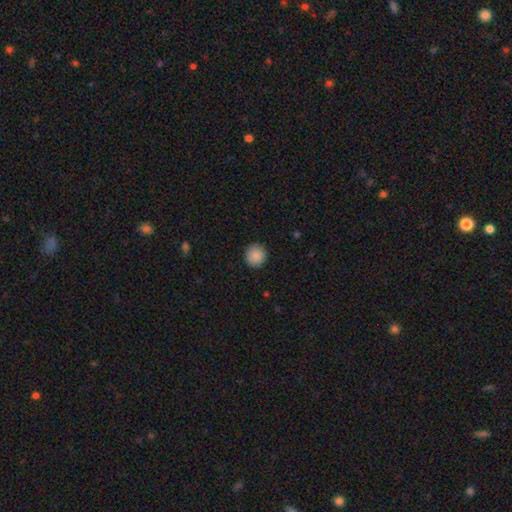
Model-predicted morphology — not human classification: smooth 88%, star or artifact 8%, featured or disk 4%. Down the decision tree: how rounded — round (93%); merging — none (91%).